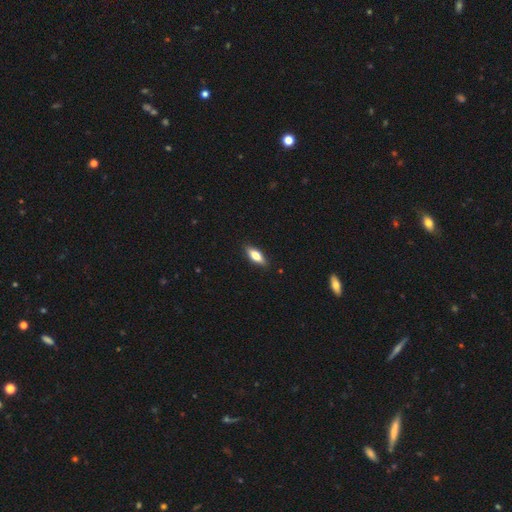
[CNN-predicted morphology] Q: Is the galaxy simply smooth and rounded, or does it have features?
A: smooth — 70%.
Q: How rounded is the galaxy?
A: in between — 68%.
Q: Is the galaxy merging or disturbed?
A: none — 88%.